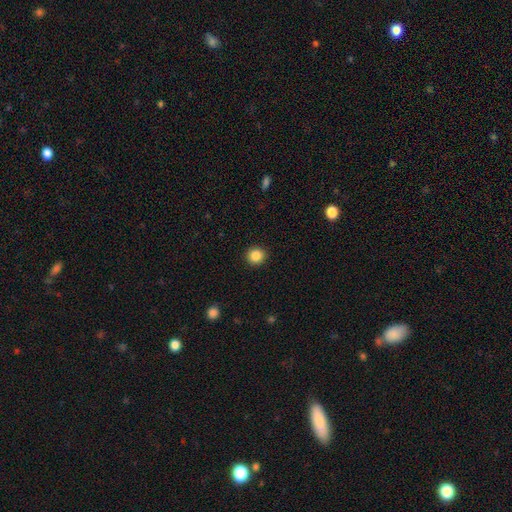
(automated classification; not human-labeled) Morphology: type=smooth (86%); roundness=round (92%); merging=none (92%).